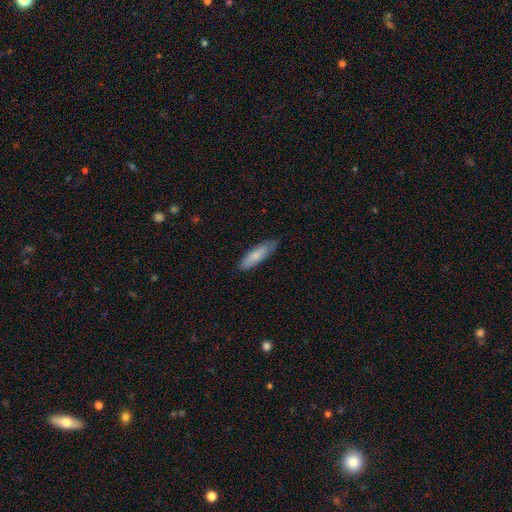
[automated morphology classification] Smooth or featured?
  - smooth: 79% *
  - featured or disk: 16%
  - star or artifact: 5%
How rounded?
  - cigar-shaped: 61% *
  - in between: 37%
  - round: 1%
Merging?
  - none: 78% *
  - minor disturbance: 18%
  - major disturbance: 3%
  - merger: 1%